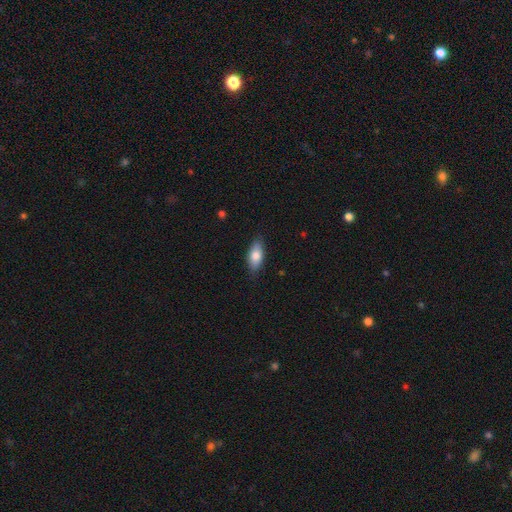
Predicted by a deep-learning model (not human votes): This appears to be a smooth galaxy with no disk features (79%) that is in between round and cigar-shaped (85%). Merging: none (84%).